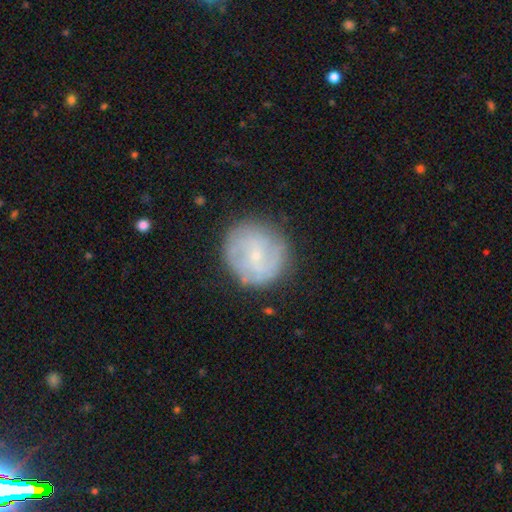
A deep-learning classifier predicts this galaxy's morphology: This is possibly a featured or disk galaxy (51%). It is clearly not viewed edge-on (97%). Merging: likely none (79%).